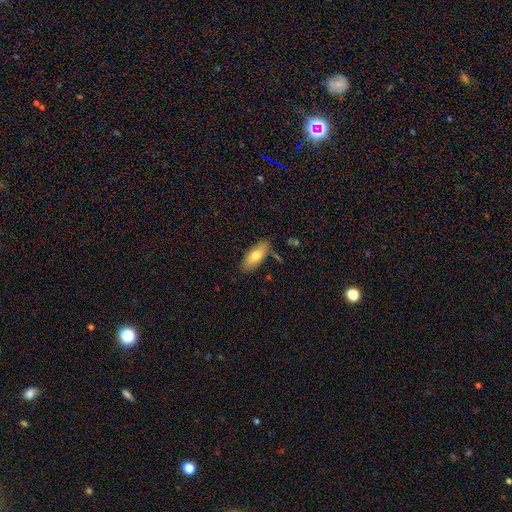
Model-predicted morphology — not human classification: smooth-or-featured: smooth: 73% | featured or disk: 21% | star or artifact: 6%
  how-rounded: in between: 77% | cigar-shaped: 21% | round: 3%
  merging: none: 82% | minor disturbance: 12% | merger: 3% | major disturbance: 2%